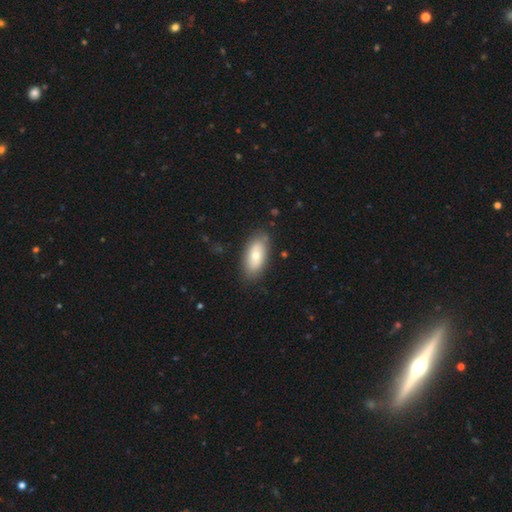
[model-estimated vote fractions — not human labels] A smooth galaxy with no disk features (69%) that is in between round and cigar-shaped (90%).

Vote fractions:
- Smooth or featured? smooth: 69% / featured or disk: 25% / star or artifact: 6%
- How rounded? in between: 90% / cigar-shaped: 7% / round: 3%
- Merging? none: 81% / minor disturbance: 14% / major disturbance: 3% / merger: 1%